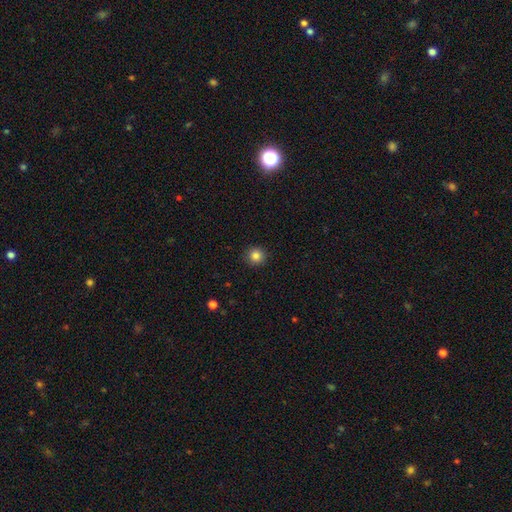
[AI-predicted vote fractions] This is clearly a smooth galaxy (85%). How rounded: clearly round (94%). Merging: clearly none (92%).